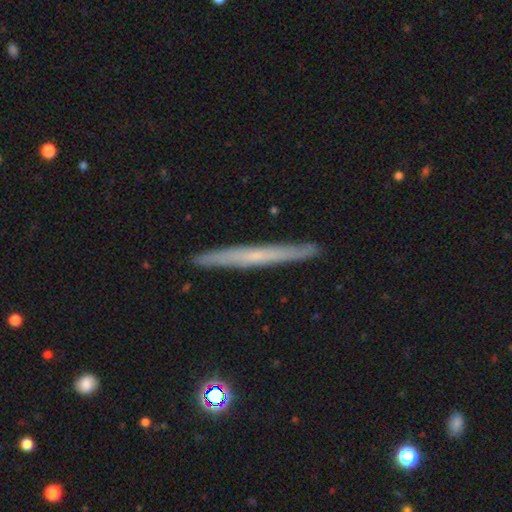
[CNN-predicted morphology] Smooth or featured?
  - featured or disk: 53% *
  - smooth: 40%
  - star or artifact: 7%
Edge-on disk?
  - yes: 95% *
  - no: 5%
Edge-on bulge?
  - none: 78% *
  - rounded: 18%
  - boxy: 4%
Merging?
  - none: 91% *
  - minor disturbance: 6%
  - major disturbance: 1%
  - merger: 1%